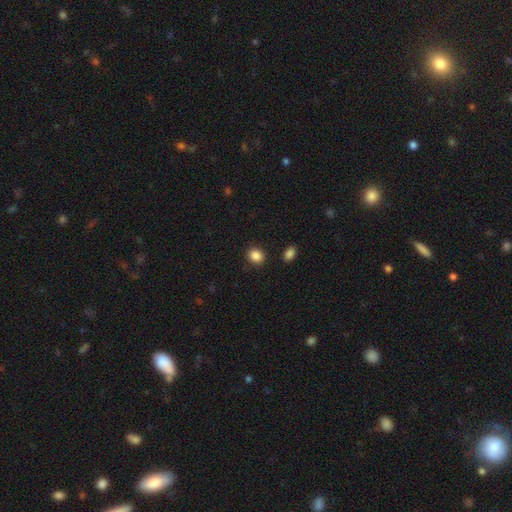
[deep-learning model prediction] Smooth or featured: smooth — 87% (star or artifact — 9%)
How rounded: round — 65% (in between — 34%)
Merging: none — 87% (minor disturbance — 8%)